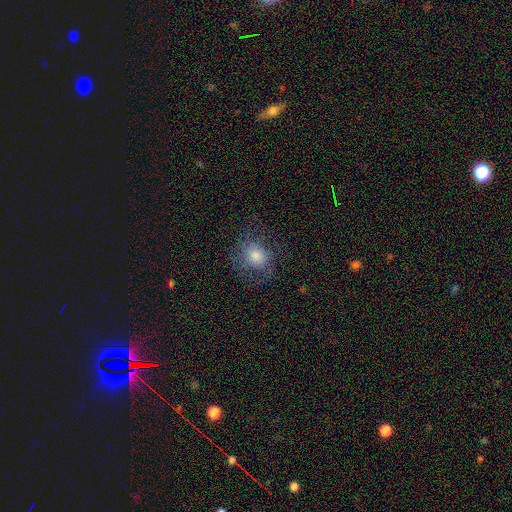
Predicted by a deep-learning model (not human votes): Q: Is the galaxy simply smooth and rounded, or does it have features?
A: smooth — 63%.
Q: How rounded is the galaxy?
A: round — 72%.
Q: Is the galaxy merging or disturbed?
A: none — 61%.